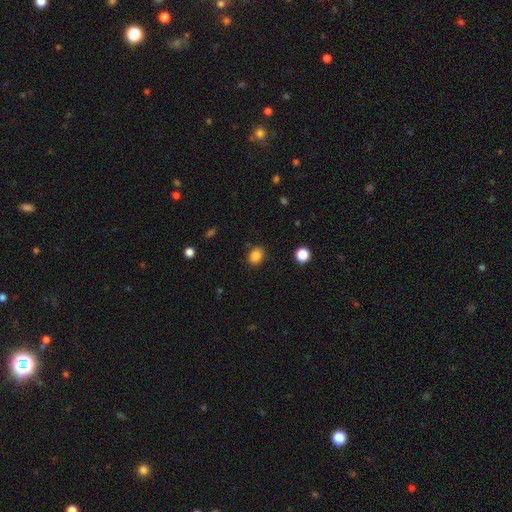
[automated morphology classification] This is clearly a smooth galaxy (86%). How rounded: possibly in between (54%). Merging: clearly none (84%).